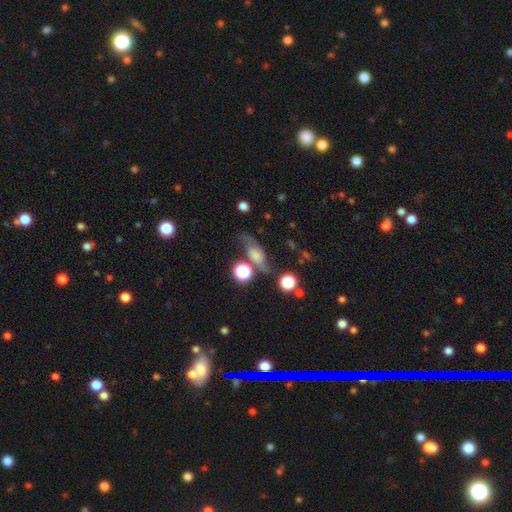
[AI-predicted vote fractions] smooth_or_featured: featured or disk (p=0.44) [alt: smooth p=0.42]
merging: none (p=0.53) [alt: minor disturbance p=0.23]